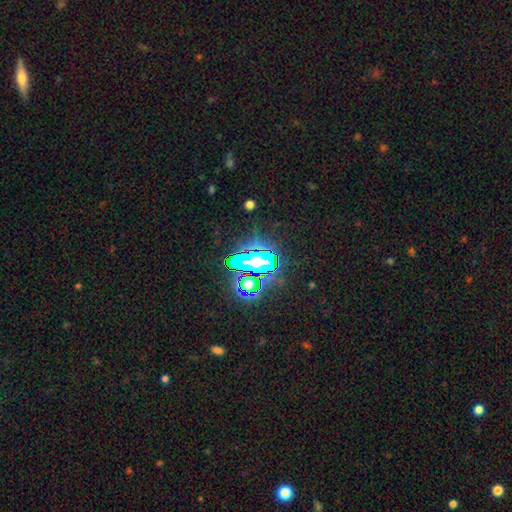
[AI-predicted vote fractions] This is likely a star or artifact rather than a galaxy (70%).